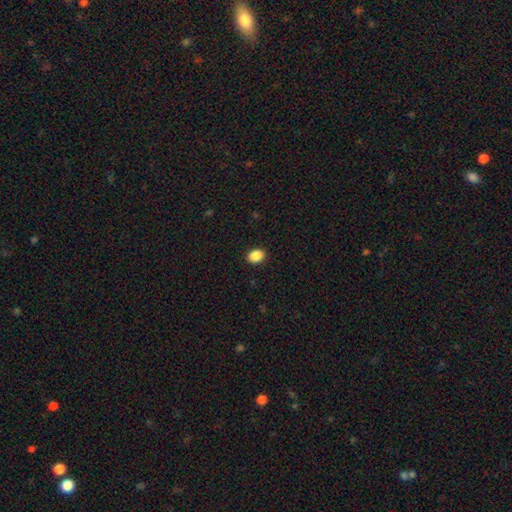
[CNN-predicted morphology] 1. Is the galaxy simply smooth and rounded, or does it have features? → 89% smooth, 8% star or artifact, 3% featured or disk.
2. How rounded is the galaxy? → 72% in between, 27% round, 1% cigar-shaped.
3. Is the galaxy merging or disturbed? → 91% none, 6% minor disturbance, 2% major disturbance, 1% merger.